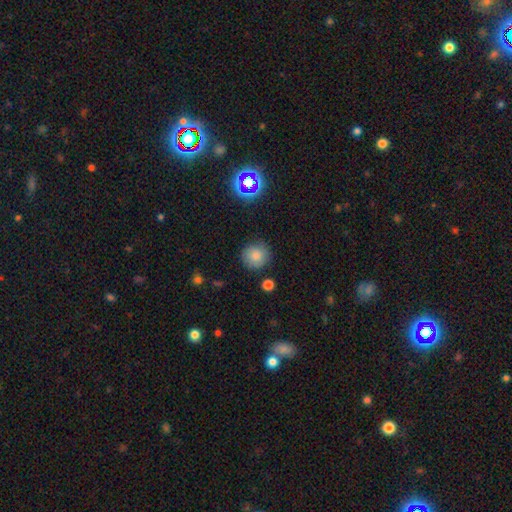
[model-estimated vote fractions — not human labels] Smooth or featured? Predicted: smooth (p=0.80). How rounded? Predicted: round (p=0.91). Merging? Predicted: none (p=0.84).